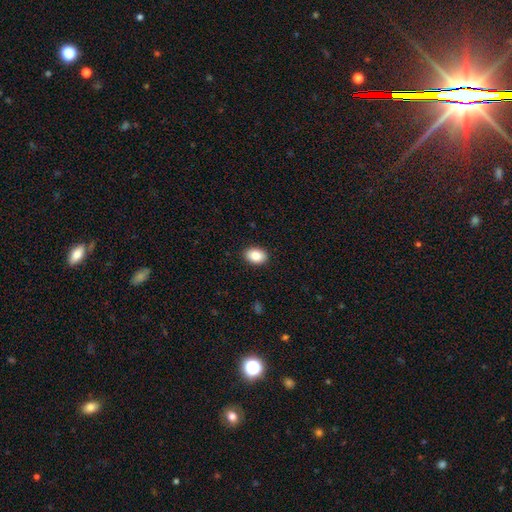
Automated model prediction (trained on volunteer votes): Smooth or featured?
  - smooth: 85% *
  - star or artifact: 8%
  - featured or disk: 7%
How rounded?
  - in between: 79% *
  - round: 20%
  - cigar-shaped: 1%
Merging?
  - none: 91% *
  - minor disturbance: 7%
  - major disturbance: 2%
  - merger: 1%